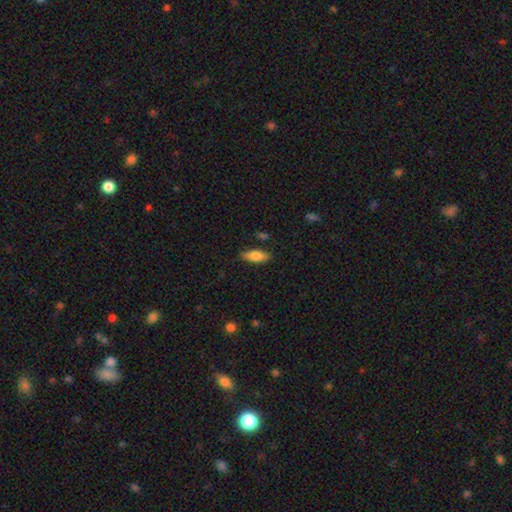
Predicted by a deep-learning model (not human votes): This appears to be a smooth galaxy with no disk features (78%) that is in between round and cigar-shaped (72%). Merging: none (82%).